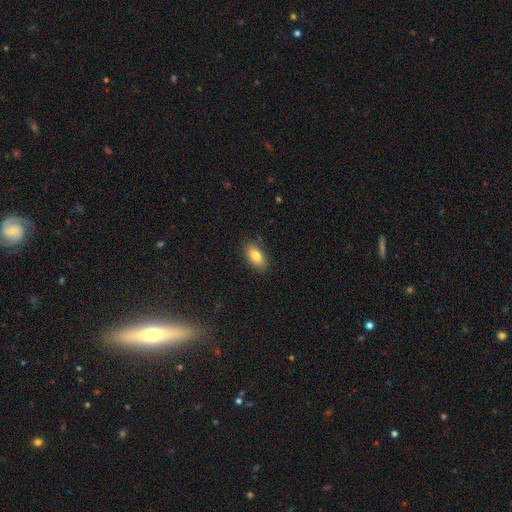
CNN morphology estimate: This appears to be a smooth galaxy with no disk features (82%) that is in between round and cigar-shaped (90%). Merging: none (86%).